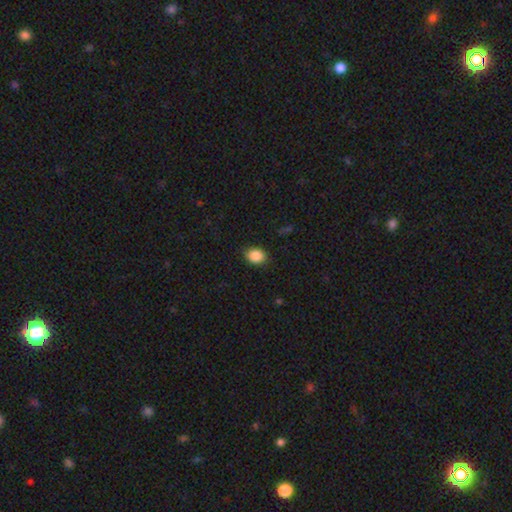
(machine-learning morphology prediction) type=smooth (88%); roundness=in between (57%); merging=none (86%).